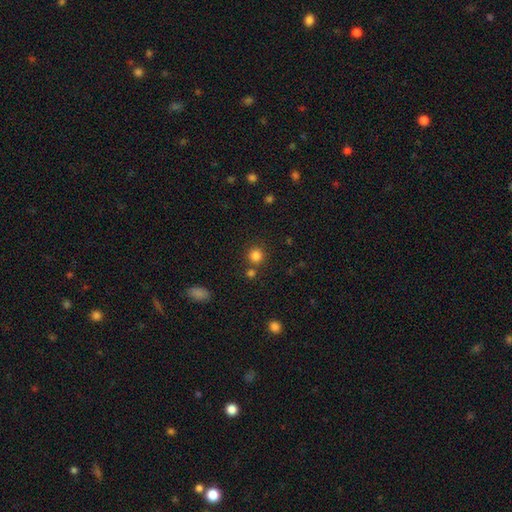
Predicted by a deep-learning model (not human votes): smooth-or-featured: smooth: 82% | star or artifact: 13% | featured or disk: 4%
  how-rounded: round: 91% | in between: 8% | cigar-shaped: 1%
  merging: none: 75% | merger: 14% | minor disturbance: 8% | major disturbance: 3%